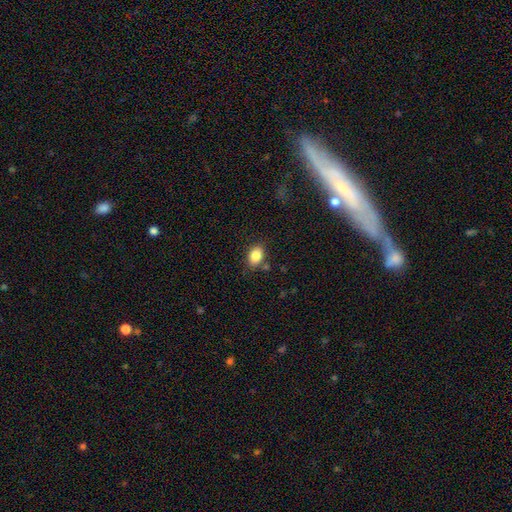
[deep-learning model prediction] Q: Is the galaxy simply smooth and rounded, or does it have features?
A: smooth — 86%.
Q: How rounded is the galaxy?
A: in between — 79%.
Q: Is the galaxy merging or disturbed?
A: none — 79%.